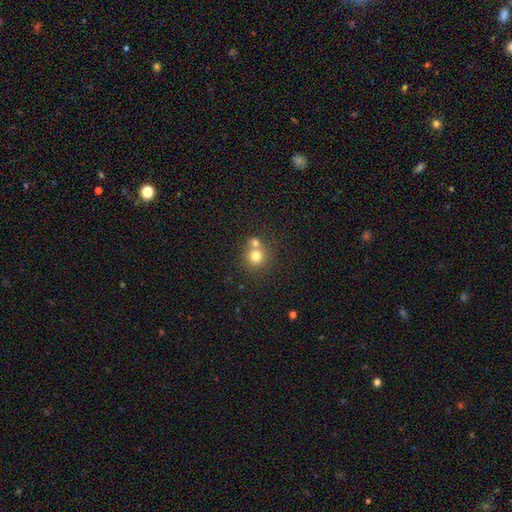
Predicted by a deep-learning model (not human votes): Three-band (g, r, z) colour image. It shows a smooth galaxy with no disk features (77%) that is round (90%). Merging: none (51%).